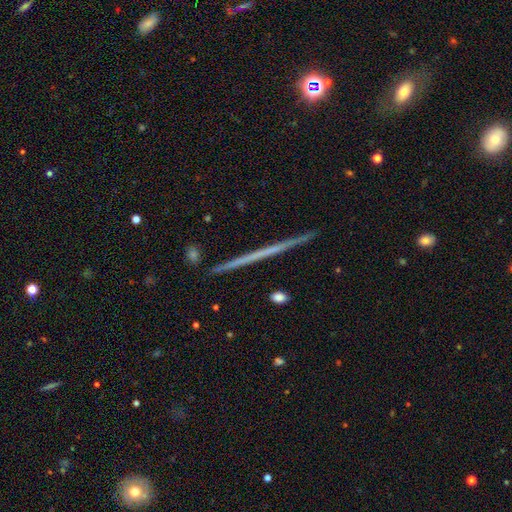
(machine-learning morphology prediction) This appears to be a featured or disk galaxy (69%) viewed edge-on (98%) with no central bulge (75%). Merging: none (92%).